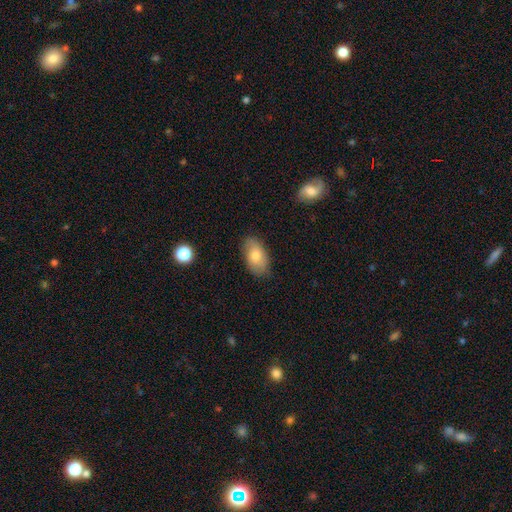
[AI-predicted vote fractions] A smooth galaxy with no disk features (77%) that is in between round and cigar-shaped (93%).

Vote fractions:
- Smooth or featured? smooth: 77% / featured or disk: 16% / star or artifact: 7%
- How rounded? in between: 93% / round: 5% / cigar-shaped: 2%
- Merging? none: 80% / minor disturbance: 16% / major disturbance: 3% / merger: 1%